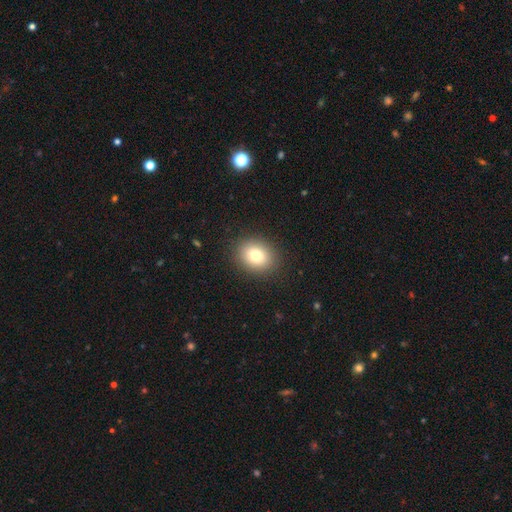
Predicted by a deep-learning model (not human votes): Overall: smooth (79%). How rounded: round (58%; in between 41%). Merging: none (89%).